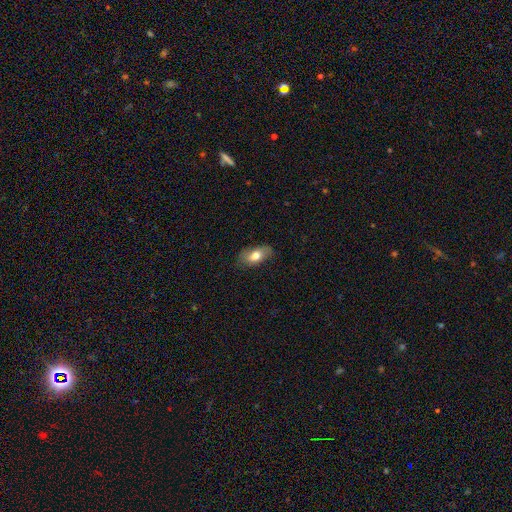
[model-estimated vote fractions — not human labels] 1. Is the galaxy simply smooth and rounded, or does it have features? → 74% smooth, 19% featured or disk, 7% star or artifact.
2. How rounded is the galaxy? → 87% in between, 7% cigar-shaped, 6% round.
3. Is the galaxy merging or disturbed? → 74% none, 20% minor disturbance, 5% major disturbance, 1% merger.